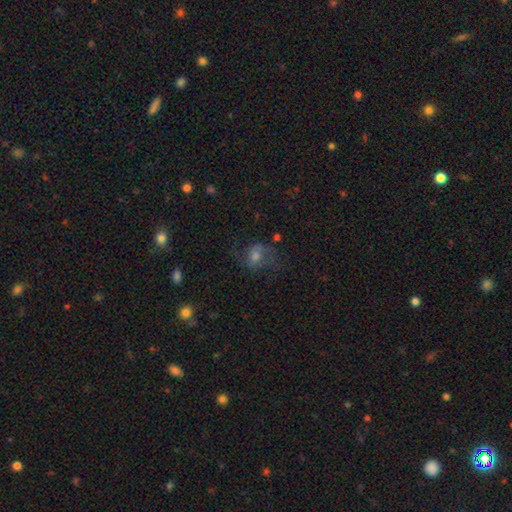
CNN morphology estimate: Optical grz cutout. It shows a smooth galaxy with no disk features (42%). Merging: none (54%).